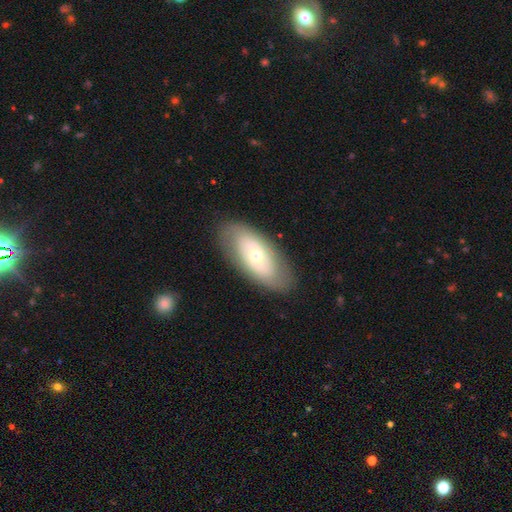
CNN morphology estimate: smooth-or-featured: featured or disk: 51% | smooth: 43% | star or artifact: 6%
  disk-edge-on: no: 87% | yes: 13%
  merging: none: 82% | minor disturbance: 12% | major disturbance: 4% | merger: 1%